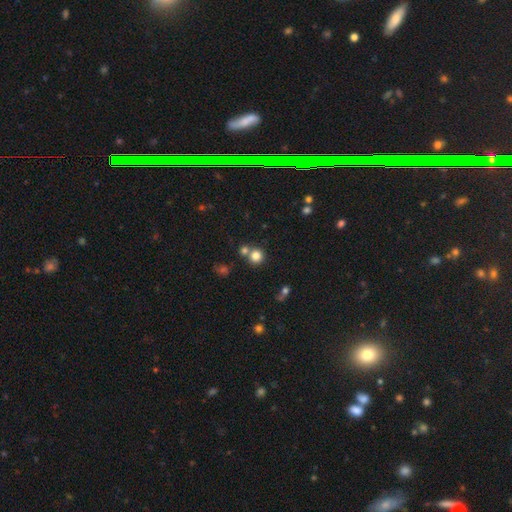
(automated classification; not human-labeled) Overall: smooth (81%). How rounded: round (91%). Merging: none (64%; merger 26%).